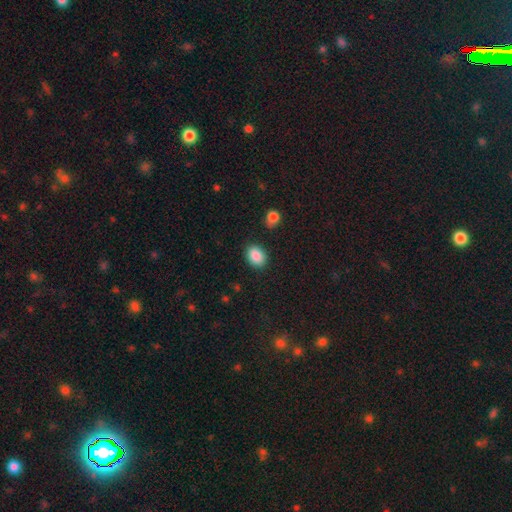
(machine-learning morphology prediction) smooth_or_featured: smooth (p=0.88) [alt: star or artifact p=0.08]
how_rounded: in between (p=0.68) [alt: round p=0.31]
merging: none (p=0.86) [alt: minor disturbance p=0.09]